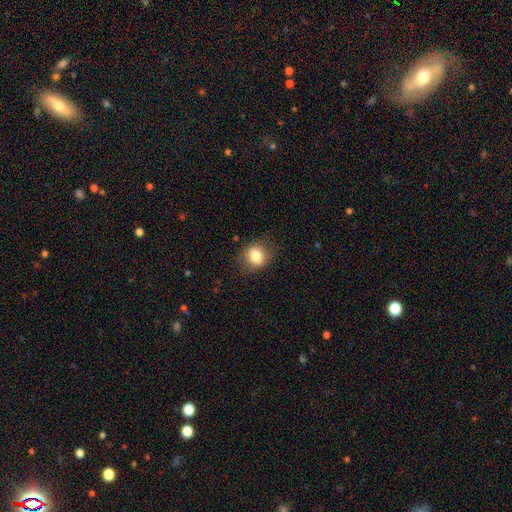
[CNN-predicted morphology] smooth 81%, featured or disk 10%, star or artifact 9%. Down the decision tree: how rounded — round (58%); merging — none (79%).